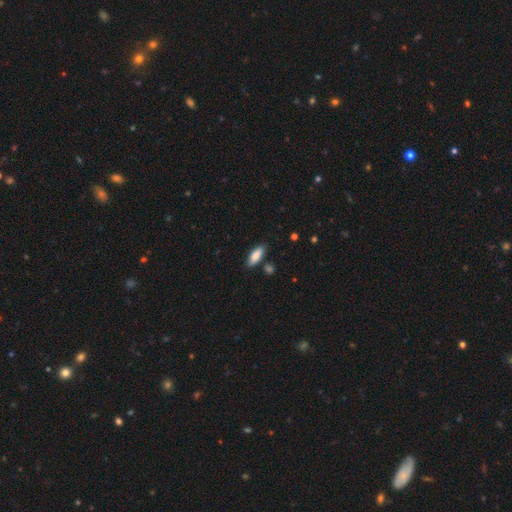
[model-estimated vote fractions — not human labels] Overall: smooth (84%). How rounded: in between (72%). Merging: none (83%).